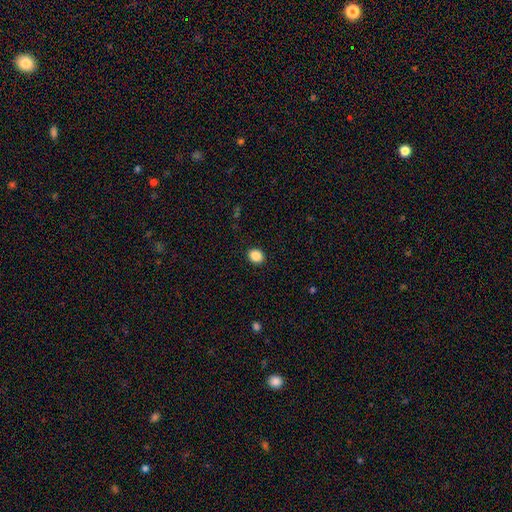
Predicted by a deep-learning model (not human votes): Smooth or featured? smooth (88%)
How rounded? round (72%)
Merging? none (92%)